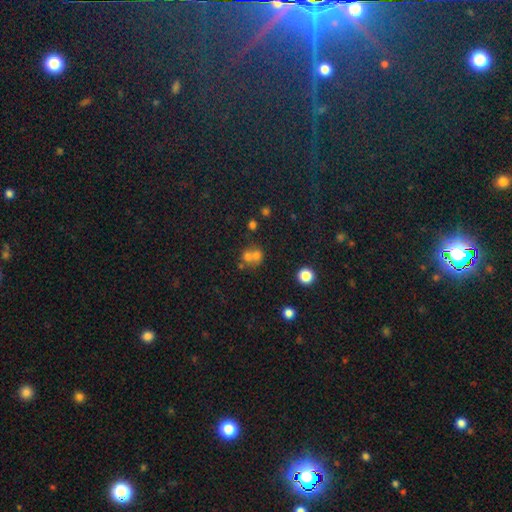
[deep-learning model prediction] smooth-or-featured: smooth: 64% | featured or disk: 19% | star or artifact: 18%
  how-rounded: round: 77% | in between: 22% | cigar-shaped: 1%
  merging: merger: 57% | none: 33% | minor disturbance: 6% | major disturbance: 4%